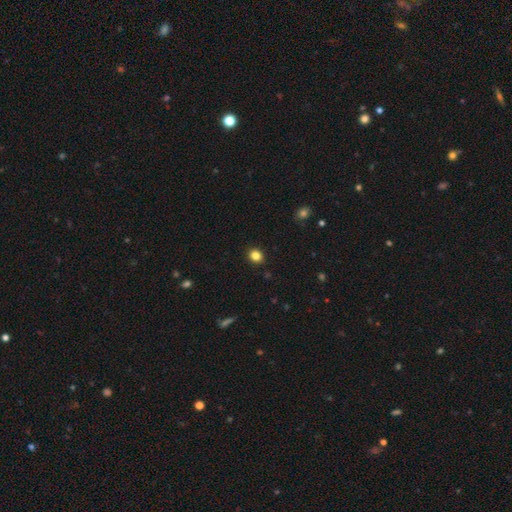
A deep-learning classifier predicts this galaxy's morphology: This appears to be a smooth galaxy with no disk features (84%) that is round (70%). Merging: none (91%).